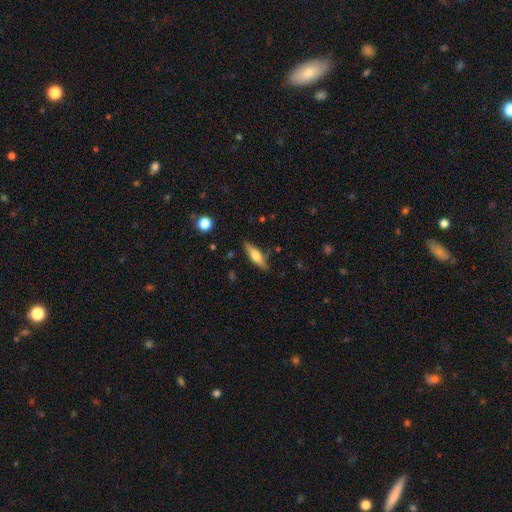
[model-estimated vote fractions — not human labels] This appears to be a smooth galaxy with no disk features (51%) that is cigar-shaped (60%). Merging: none (80%).